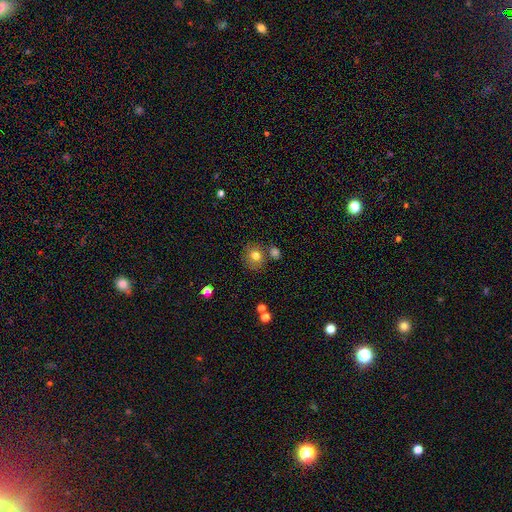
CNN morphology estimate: This is likely a smooth galaxy (78%). How rounded: likely round (77%). Merging: likely none (70%).